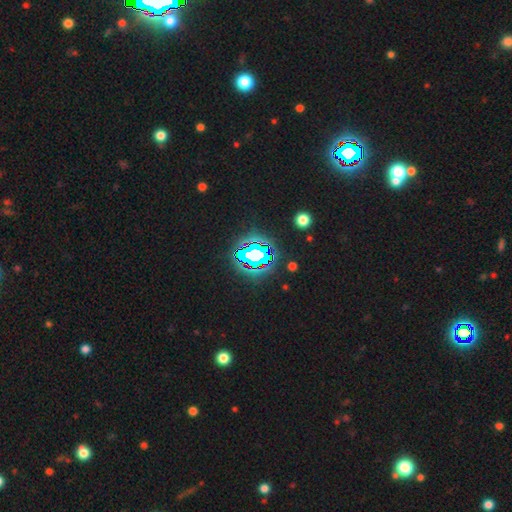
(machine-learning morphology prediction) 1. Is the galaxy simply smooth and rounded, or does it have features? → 76% star or artifact, 13% smooth, 11% featured or disk.